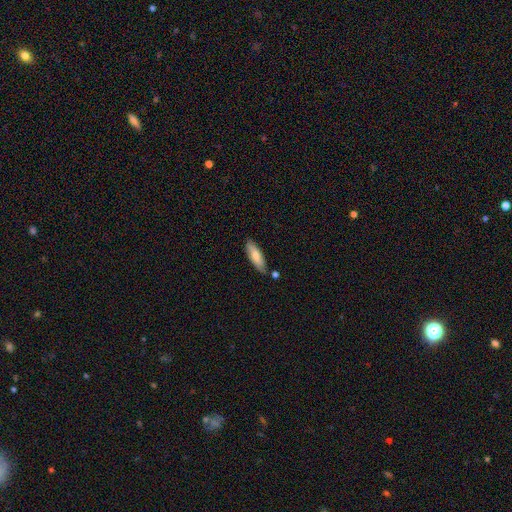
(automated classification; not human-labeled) Smooth or featured? Predicted: smooth (p=0.73). How rounded? Predicted: in between (p=0.54). Merging? Predicted: none (p=0.74).